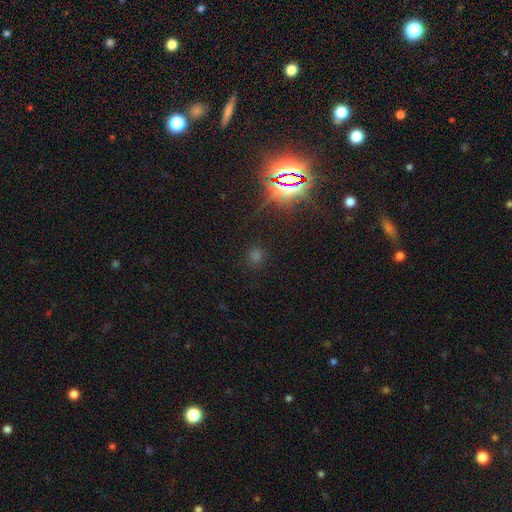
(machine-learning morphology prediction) Smooth or featured? star or artifact (53%)